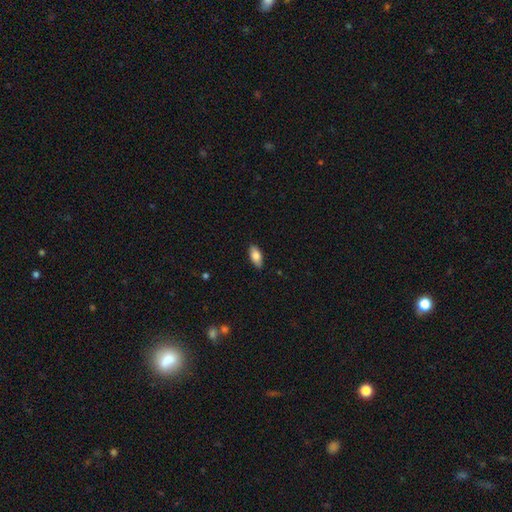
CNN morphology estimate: Smooth or featured: smooth — 83% (featured or disk — 10%)
How rounded: in between — 90% (cigar-shaped — 7%)
Merging: none — 87% (minor disturbance — 10%)